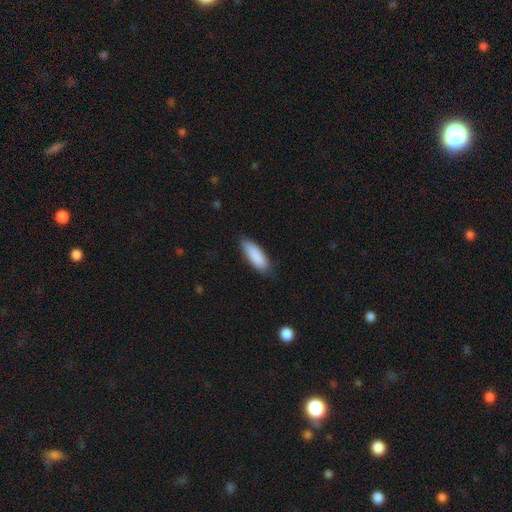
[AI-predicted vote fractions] Smooth or featured? Predicted: smooth (p=0.89). How rounded? Predicted: in between (p=0.68). Merging? Predicted: none (p=0.82).